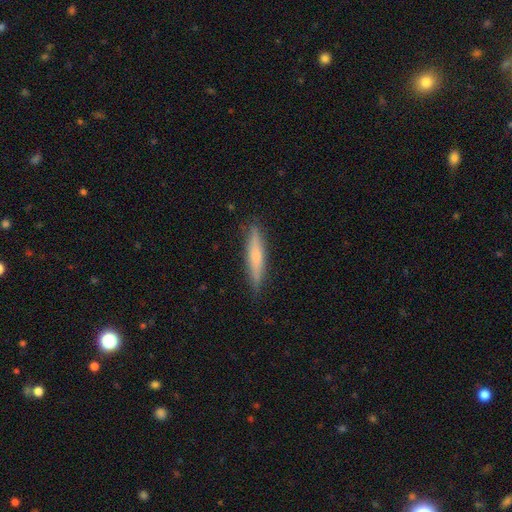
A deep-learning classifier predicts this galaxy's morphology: The model was most divided on "smooth or featured": smooth: 60%, featured or disk: 34%, star or artifact: 6%. More confident: how rounded — cigar-shaped (92%); merging — none (88%).